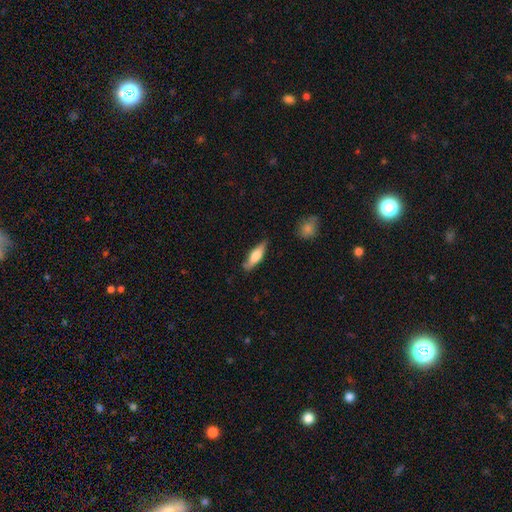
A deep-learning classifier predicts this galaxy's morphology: Smooth or featured?
  - smooth: 57% *
  - featured or disk: 37%
  - star or artifact: 6%
How rounded?
  - cigar-shaped: 59% *
  - in between: 38%
  - round: 2%
Merging?
  - none: 75% *
  - minor disturbance: 19%
  - major disturbance: 4%
  - merger: 2%